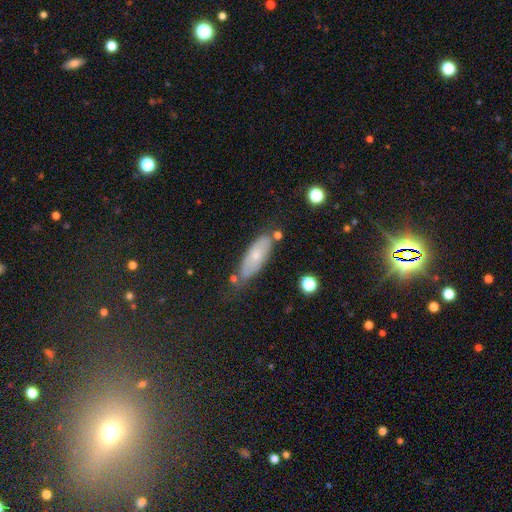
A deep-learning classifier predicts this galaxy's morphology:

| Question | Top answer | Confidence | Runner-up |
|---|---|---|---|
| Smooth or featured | smooth | 60% | featured or disk (31%) |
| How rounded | in between | 64% | cigar-shaped (33%) |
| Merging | none | 65% | minor disturbance (23%) |